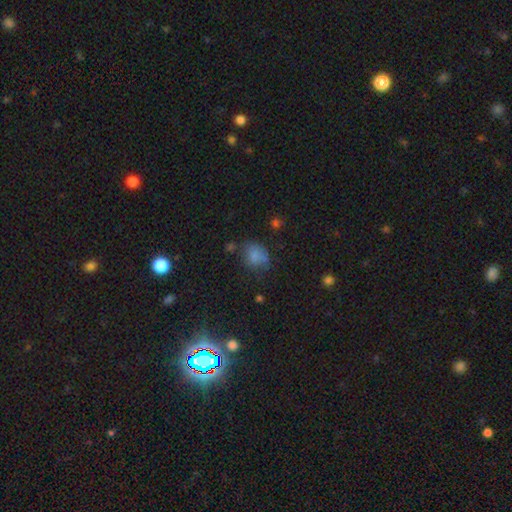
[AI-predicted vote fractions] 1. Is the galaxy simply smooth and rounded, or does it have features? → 74% smooth, 15% star or artifact, 11% featured or disk.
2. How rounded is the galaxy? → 55% round, 44% in between, 1% cigar-shaped.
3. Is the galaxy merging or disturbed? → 52% none, 27% minor disturbance, 13% major disturbance, 9% merger.